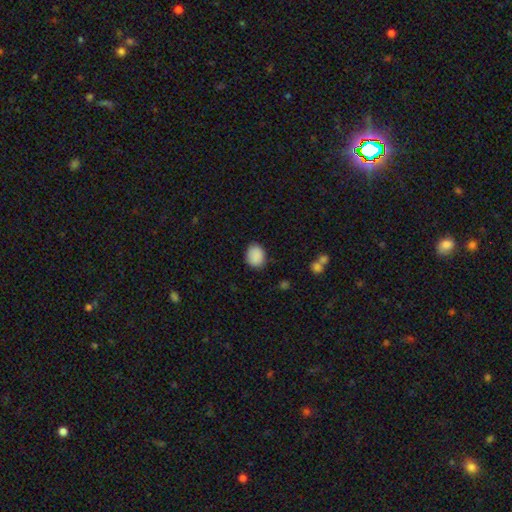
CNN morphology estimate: type=smooth (89%); roundness=round (55%); merging=none (83%).